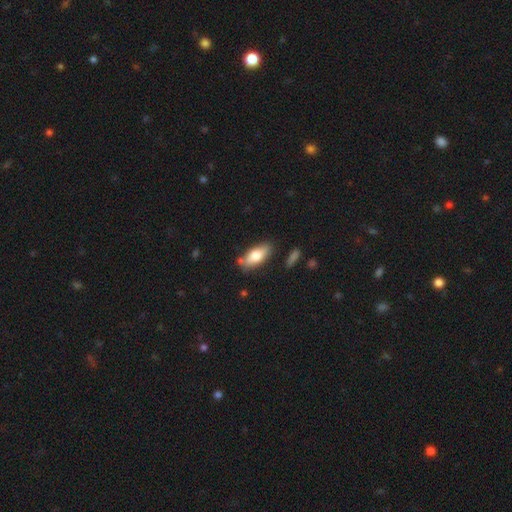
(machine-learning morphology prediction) This appears to be a smooth galaxy with no disk features (74%) that is in between round and cigar-shaped (83%). Merging: none (74%).